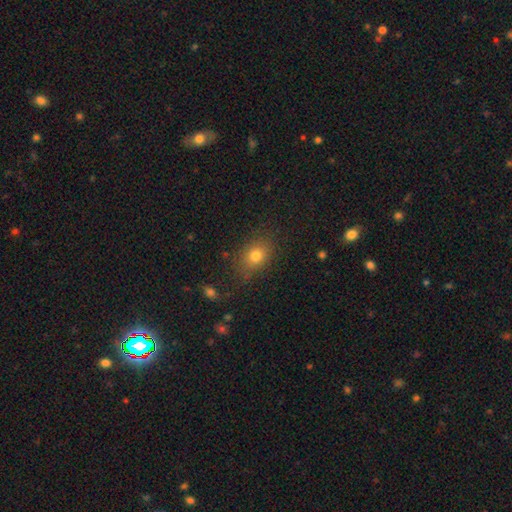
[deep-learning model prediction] Overall: smooth (77%). How rounded: in between (60%; round 38%). Merging: none (77%).